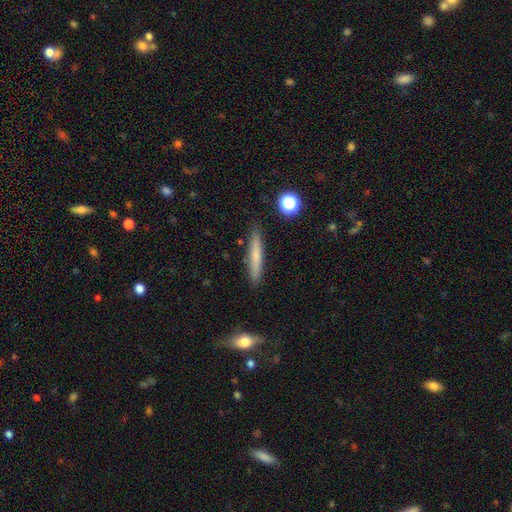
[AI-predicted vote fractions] Overall: smooth (65%; featured or disk 28%). How rounded: cigar-shaped (93%). Merging: none (88%).